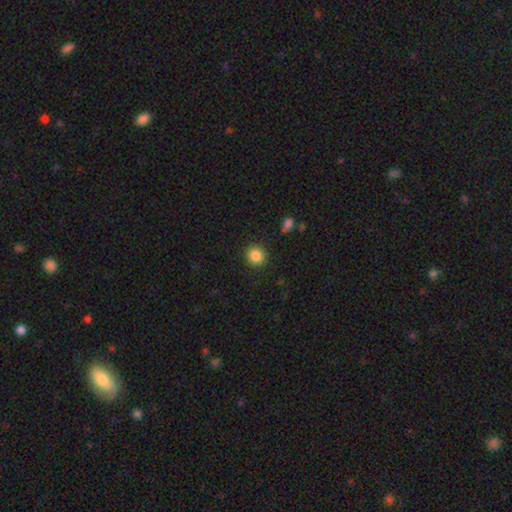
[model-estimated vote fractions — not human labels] Morphology: type=smooth (86%); roundness=round (88%); merging=none (90%).